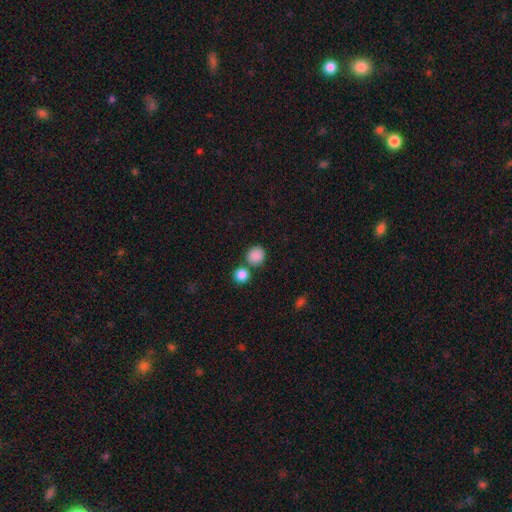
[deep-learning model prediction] The model was most divided on "merging": none: 70%, merger: 18%, minor disturbance: 9%, major disturbance: 3%. More confident: smooth or featured — smooth (87%); how rounded — round (86%).